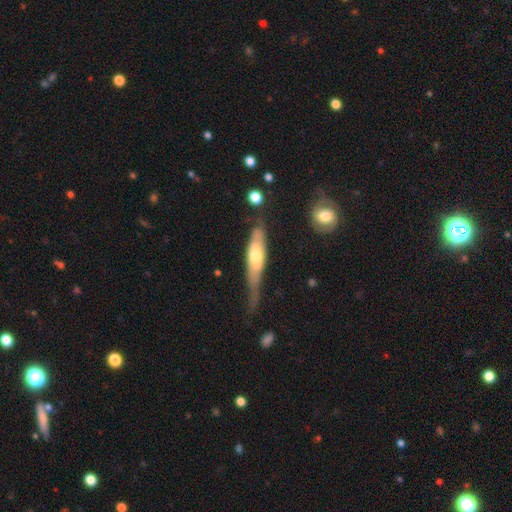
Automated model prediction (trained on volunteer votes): Q: Smooth or featured?
A: featured or disk (51%); runner-up: smooth (44%)
Q: Edge-on disk?
A: yes (64%); runner-up: no (36%)
Q: Merging?
A: none (37%); runner-up: minor disturbance (36%)